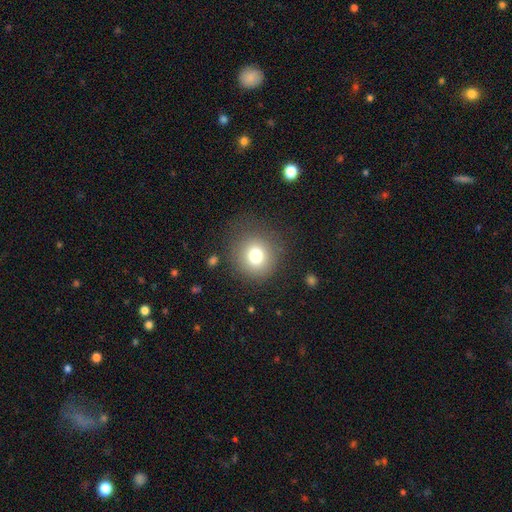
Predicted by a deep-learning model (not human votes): The model was most divided on "smooth or featured": smooth: 76%, star or artifact: 13%, featured or disk: 11%. More confident: how rounded — round (90%); merging — none (80%).